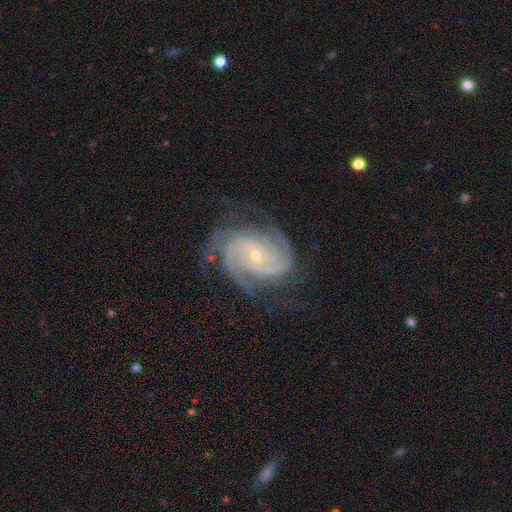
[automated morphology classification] A featured or disk galaxy (92%) with no bar (60%), 3 (30%) tight (62%) spiral arms (98%) and a small central bulge (78%).

Vote fractions:
- Smooth or featured? featured or disk: 92% / star or artifact: 5% / smooth: 3%
- Edge-on disk? no: 98% / yes: 2%
- Bar? no: 60% / weak: 29% / strong: 11%
- Spiral arms? yes: 98% / no: 2%
- Spiral winding? tight: 62% / medium: 34% / loose: 5%
- Spiral arm count? 3: 30% / 2: 29% / 4: 16% / can't tell: 12% / more than 4: 7% / 1: 6%
- Bulge size? small: 78% / moderate: 19% / none: 1% / large: 1% / dominant: 1%
- Merging? none: 75% / minor disturbance: 17% / major disturbance: 7% / merger: 1%